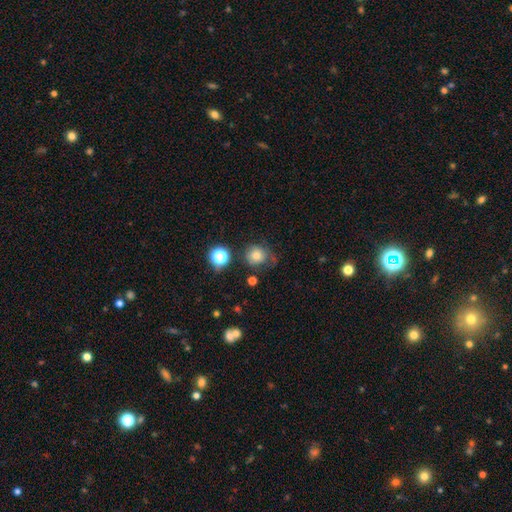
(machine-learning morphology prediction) The model was most divided on "merging": none: 57%, minor disturbance: 24%, major disturbance: 13%, merger: 6%. More confident: how rounded — round (85%); smooth or featured — smooth (74%).